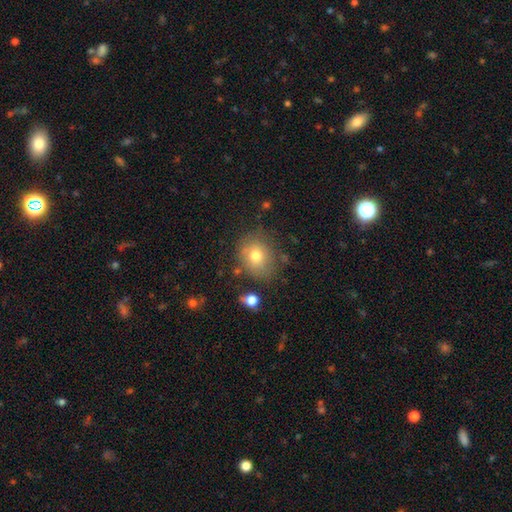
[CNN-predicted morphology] A smooth galaxy with no disk features (74%) that is round (67%).

Vote fractions:
- Smooth or featured? smooth: 74% / featured or disk: 15% / star or artifact: 11%
- How rounded? round: 67% / in between: 32% / cigar-shaped: 1%
- Merging? none: 69% / minor disturbance: 19% / major disturbance: 7% / merger: 4%